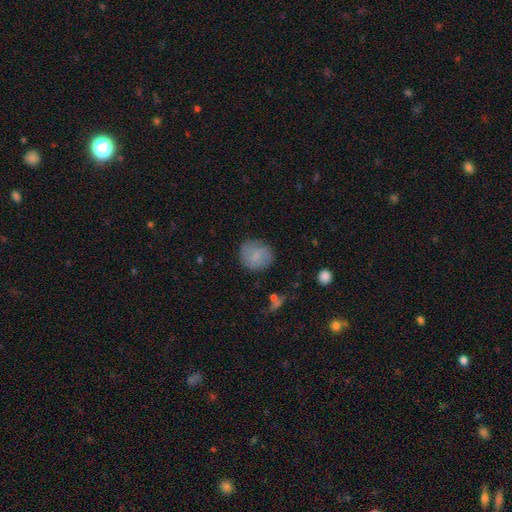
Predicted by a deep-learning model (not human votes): This appears to be a smooth galaxy with no disk features (76%) that is round (82%). Merging: none (76%).